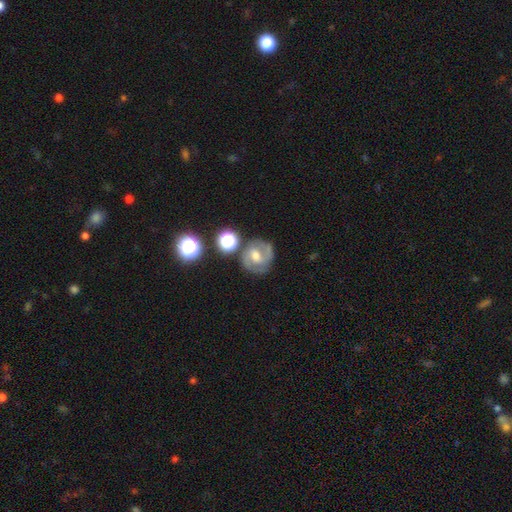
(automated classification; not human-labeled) Overall: featured or disk (70%). Edge-on disk: no (97%). Bar: weak (51%; no 30%). Spiral arms: yes (90%). Spiral arm count: 2 (79%). Spiral winding: medium (48%; tight 42%). Bulge size: moderate (64%; small 25%). Merging: none (74%).